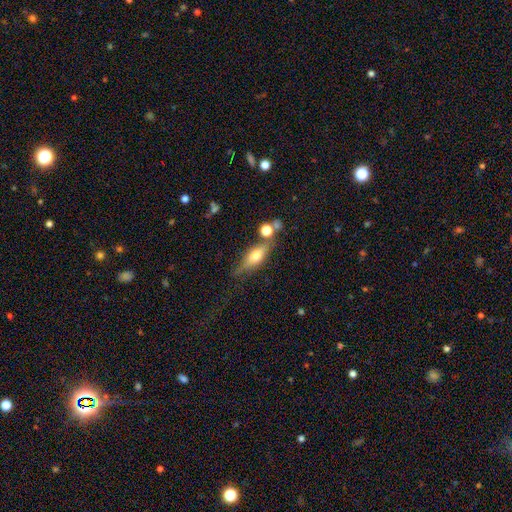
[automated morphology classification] Smooth or featured?
  - featured or disk: 46% *
  - smooth: 44%
  - star or artifact: 10%
Merging?
  - none: 60% *
  - minor disturbance: 18%
  - merger: 13%
  - major disturbance: 9%